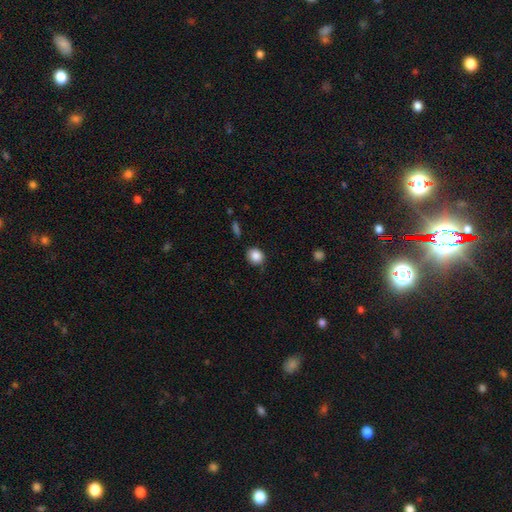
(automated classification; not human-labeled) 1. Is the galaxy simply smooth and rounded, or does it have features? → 86% smooth, 9% star or artifact, 5% featured or disk.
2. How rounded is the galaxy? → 68% round, 31% in between, 1% cigar-shaped.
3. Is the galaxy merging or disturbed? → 79% none, 16% minor disturbance, 3% major disturbance, 2% merger.